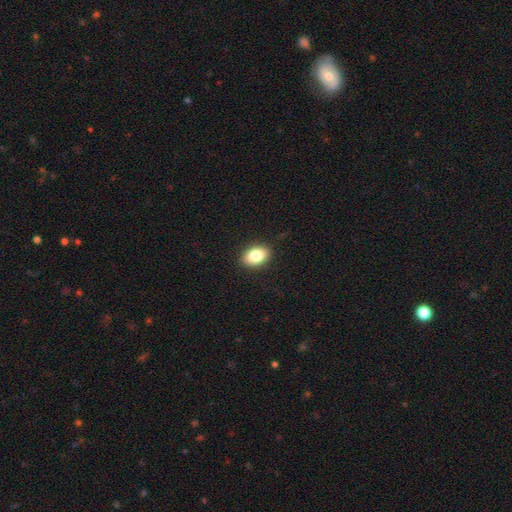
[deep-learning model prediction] This appears to be a smooth galaxy with no disk features (83%) that is in between round and cigar-shaped (82%). Merging: none (89%).